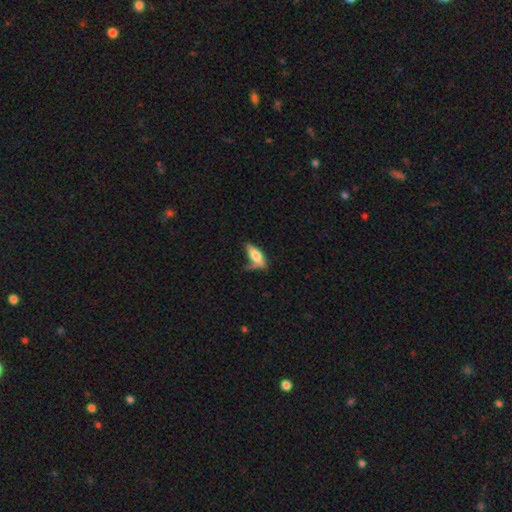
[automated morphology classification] Smooth or featured?
  - smooth: 64% *
  - featured or disk: 29%
  - star or artifact: 7%
How rounded?
  - in between: 65% *
  - cigar-shaped: 31%
  - round: 3%
Merging?
  - none: 43% *
  - minor disturbance: 28%
  - major disturbance: 18%
  - merger: 12%